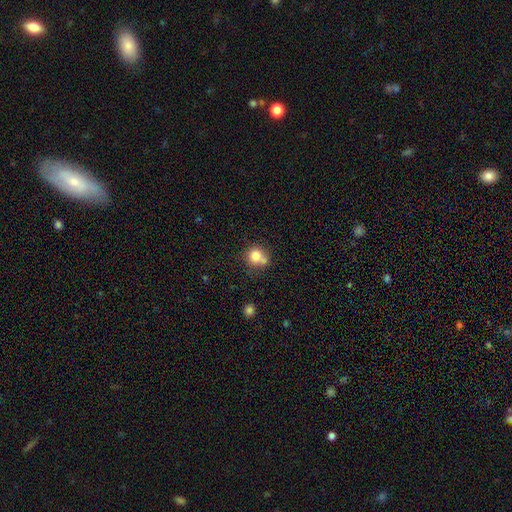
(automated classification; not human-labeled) smooth-or-featured: smooth: 78% | featured or disk: 11% | star or artifact: 11%
  how-rounded: round: 86% | in between: 13% | cigar-shaped: 1%
  merging: none: 52% | merger: 31% | minor disturbance: 13% | major disturbance: 4%